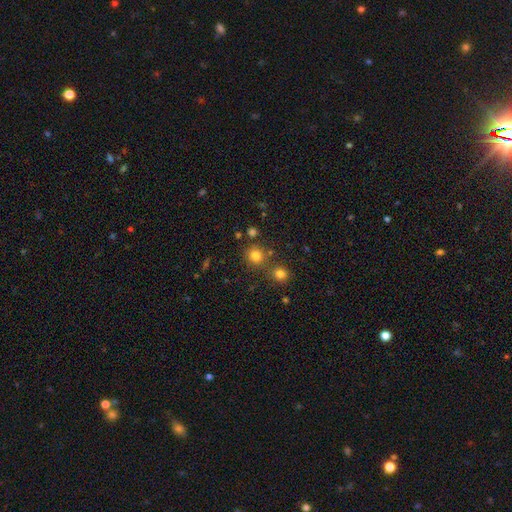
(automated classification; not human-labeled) This is likely a smooth galaxy (79%). How rounded: clearly round (89%). Merging: likely none (76%).